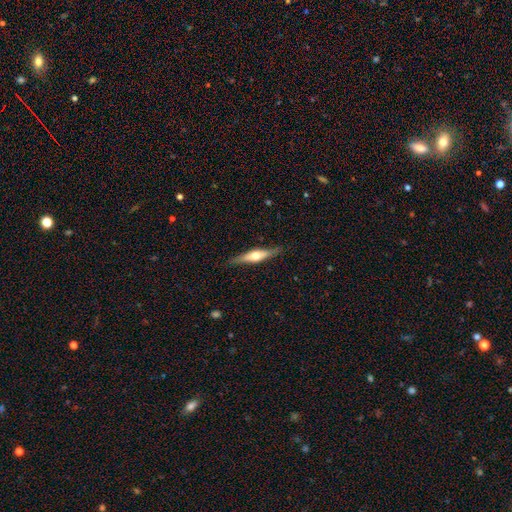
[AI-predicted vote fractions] Overall: featured or disk (62%; smooth 33%). Edge-on disk: yes (94%). Edge-on bulge: rounded (91%). Merging: none (87%).